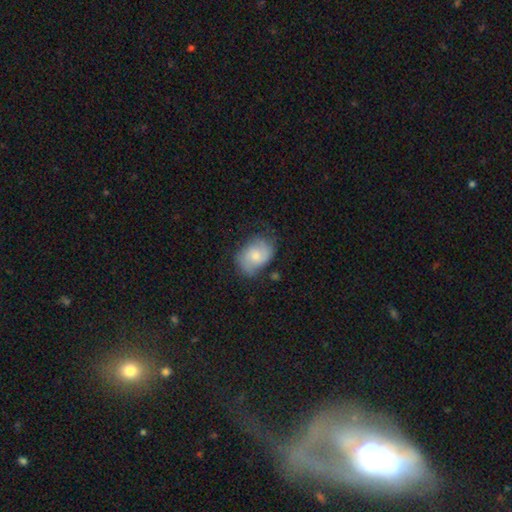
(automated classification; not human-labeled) This is possibly a smooth galaxy (52%). How rounded: likely in between (70%). Merging: possibly none (60%).